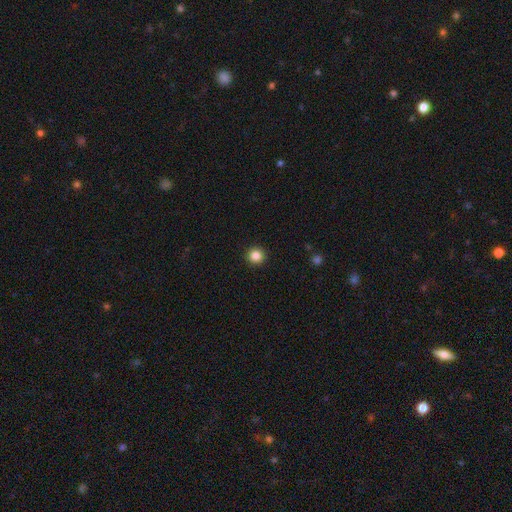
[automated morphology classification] Smooth or featured? smooth (85%)
How rounded? round (95%)
Merging? none (93%)